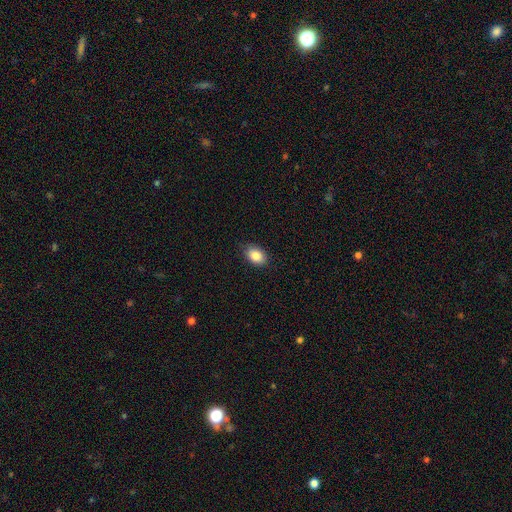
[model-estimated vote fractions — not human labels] smooth 87%, star or artifact 8%, featured or disk 5%. Down the decision tree: how rounded — in between (81%); merging — none (83%).